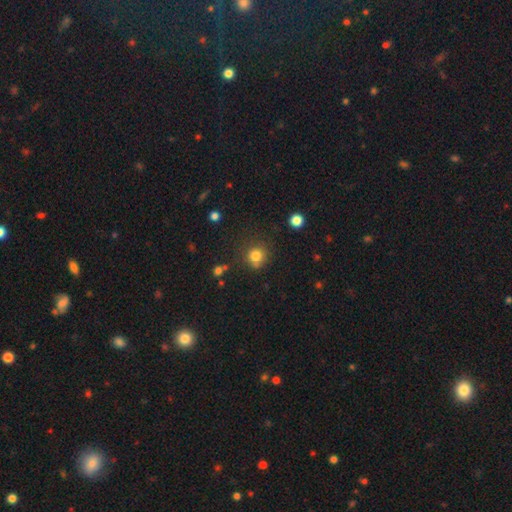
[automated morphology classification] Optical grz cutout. It shows a smooth galaxy with no disk features (81%) that is round (87%). Merging: none (73%).